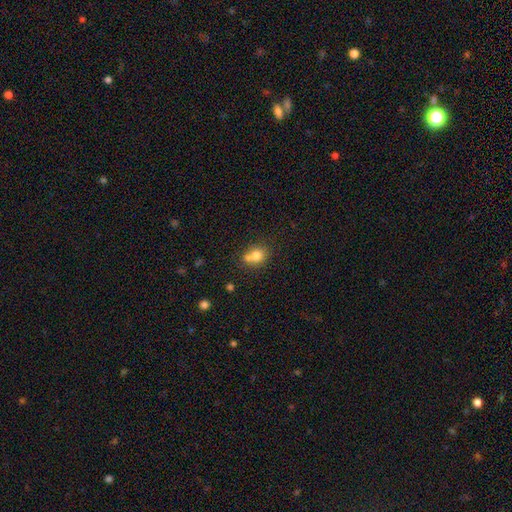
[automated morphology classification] Smooth or featured: smooth — 76% (featured or disk — 13%)
How rounded: round — 69% (in between — 30%)
Merging: none — 42% (tied with merger — 42%)